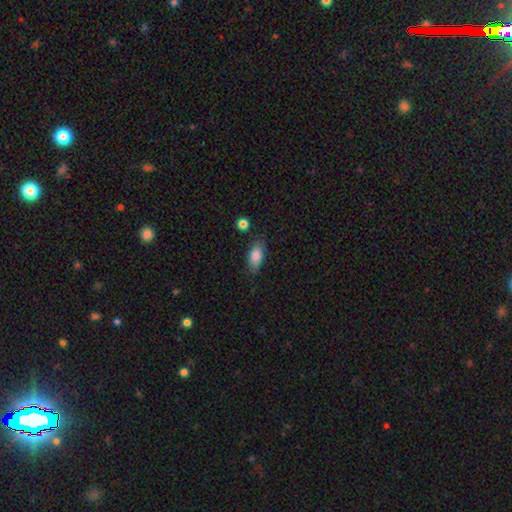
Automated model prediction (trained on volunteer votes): Smooth or featured?
  - smooth: 82% *
  - featured or disk: 11%
  - star or artifact: 7%
How rounded?
  - in between: 86% *
  - cigar-shaped: 9%
  - round: 4%
Merging?
  - none: 79% *
  - minor disturbance: 14%
  - merger: 3%
  - major disturbance: 3%